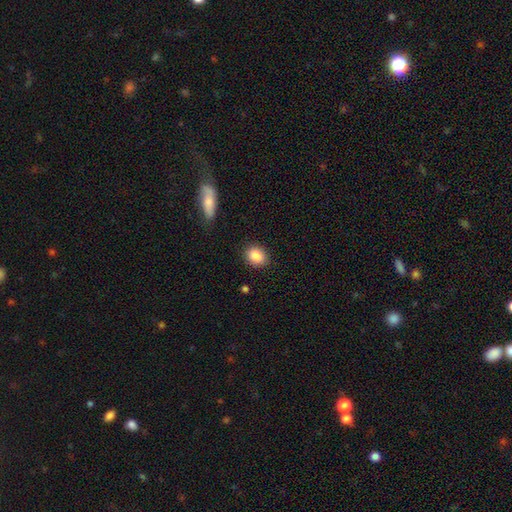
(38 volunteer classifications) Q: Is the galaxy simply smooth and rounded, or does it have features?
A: smooth — 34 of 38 (89%).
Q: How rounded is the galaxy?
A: in between — 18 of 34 (53%).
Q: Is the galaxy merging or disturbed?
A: none — 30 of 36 (83%).